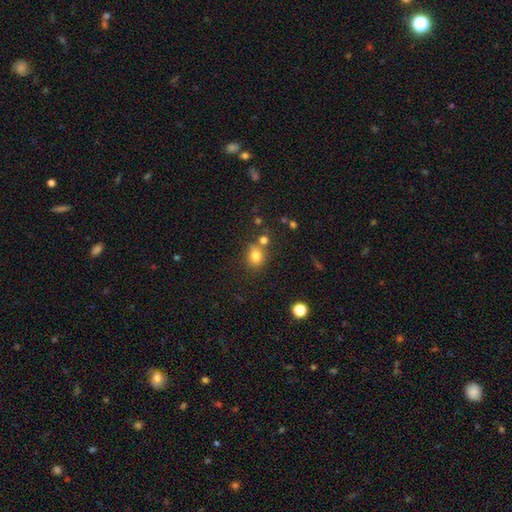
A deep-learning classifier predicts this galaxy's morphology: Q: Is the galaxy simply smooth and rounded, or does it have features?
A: smooth — 79%.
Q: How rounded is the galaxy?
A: round — 74%.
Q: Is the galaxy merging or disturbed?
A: none — 63%.